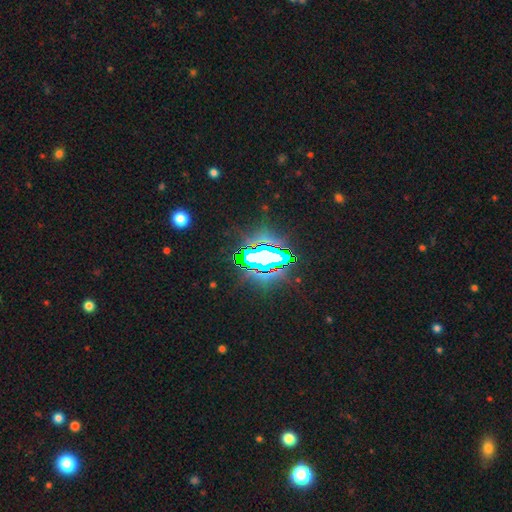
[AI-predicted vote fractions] Smooth or featured? Predicted: star or artifact (p=0.78).